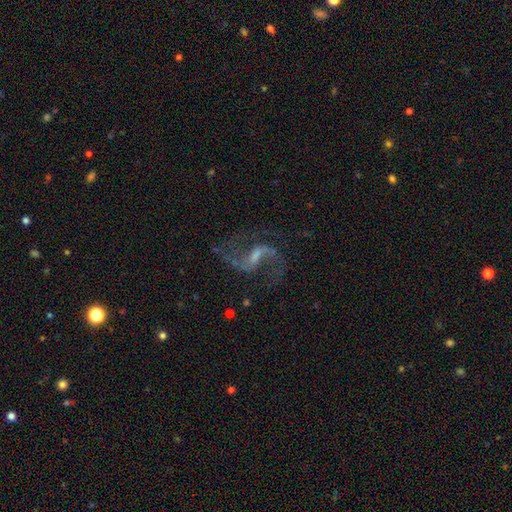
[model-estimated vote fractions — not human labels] Smooth or featured? Predicted: featured or disk (p=0.88). Edge-on disk? Predicted: no (p=0.98). Bar? Predicted: weak (p=0.55). Spiral arms? Predicted: yes (p=0.96). Spiral winding? Predicted: loose (p=0.65). Spiral arm count? Predicted: 2 (p=0.93). Bulge size? Predicted: small (p=0.44). Merging? Predicted: none (p=0.70).